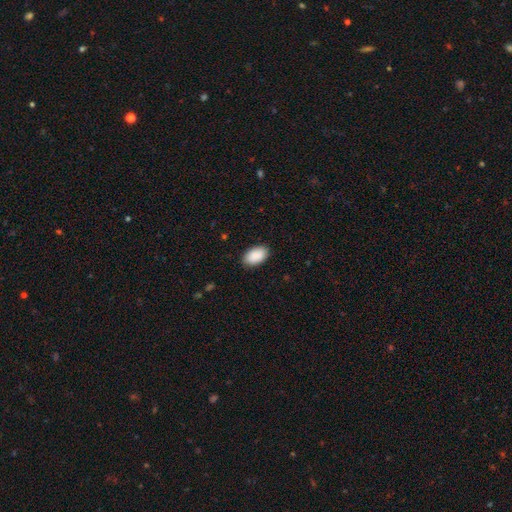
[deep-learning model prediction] A smooth galaxy with no disk features (91%) that is in between round and cigar-shaped (95%).

Vote fractions:
- Smooth or featured? smooth: 91% / star or artifact: 6% / featured or disk: 3%
- How rounded? in between: 95% / round: 4% / cigar-shaped: 1%
- Merging? none: 88% / minor disturbance: 9% / major disturbance: 2% / merger: 1%